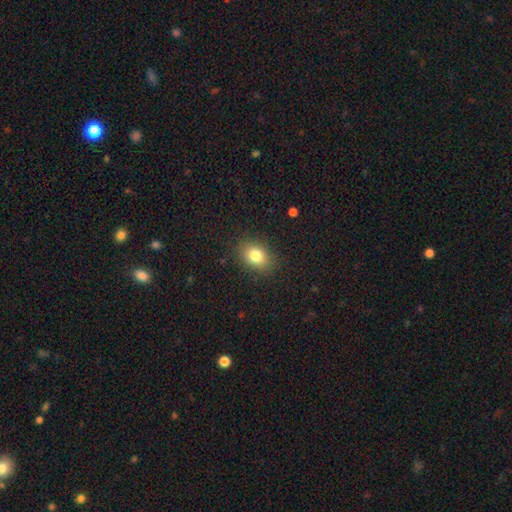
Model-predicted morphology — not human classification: smooth-or-featured: smooth: 81% | star or artifact: 11% | featured or disk: 8%
  how-rounded: in between: 68% | round: 31% | cigar-shaped: 1%
  merging: none: 87% | minor disturbance: 9% | major disturbance: 3% | merger: 1%